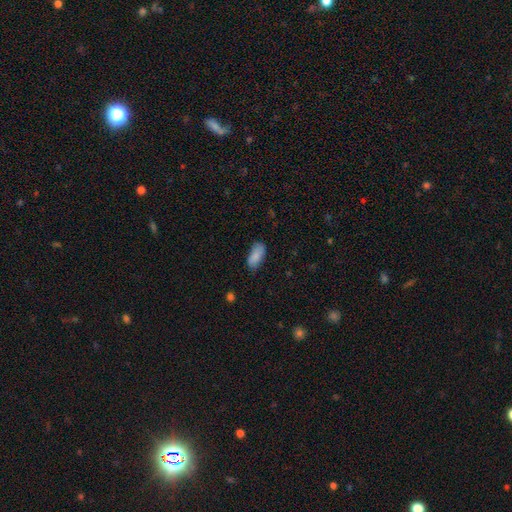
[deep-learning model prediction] The model was most divided on "merging": none: 74%, minor disturbance: 21%, major disturbance: 4%, merger: 1%. More confident: how rounded — in between (90%); smooth or featured — smooth (87%).